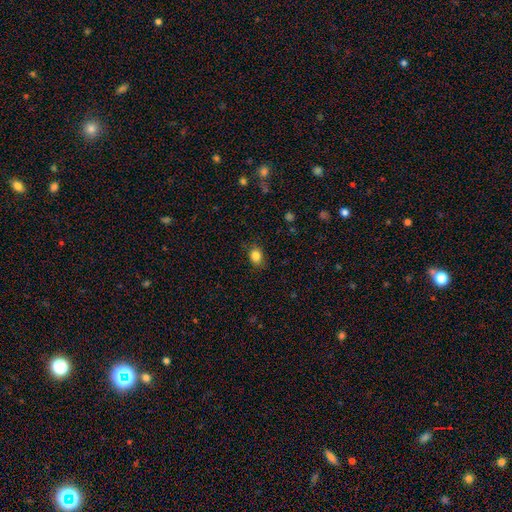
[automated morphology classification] Smooth or featured? smooth (85%)
How rounded? in between (55%)
Merging? none (83%)